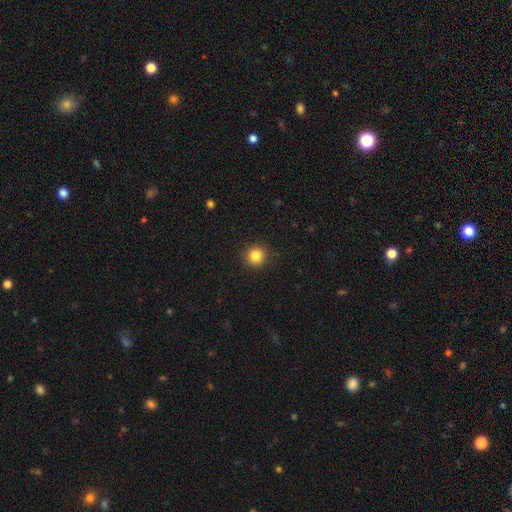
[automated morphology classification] smooth_or_featured: smooth (p=0.84) [alt: star or artifact p=0.11]
how_rounded: round (p=0.94) [alt: in between p=0.05]
merging: none (p=0.92) [alt: minor disturbance p=0.06]